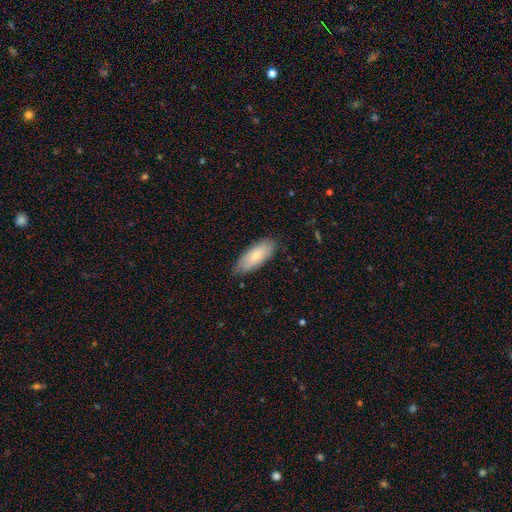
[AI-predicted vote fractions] A smooth galaxy with no disk features (77%) that is in between round and cigar-shaped (81%).

Vote fractions:
- Smooth or featured? smooth: 77% / featured or disk: 18% / star or artifact: 6%
- How rounded? in between: 81% / cigar-shaped: 17% / round: 2%
- Merging? none: 81% / minor disturbance: 16% / major disturbance: 2% / merger: 1%